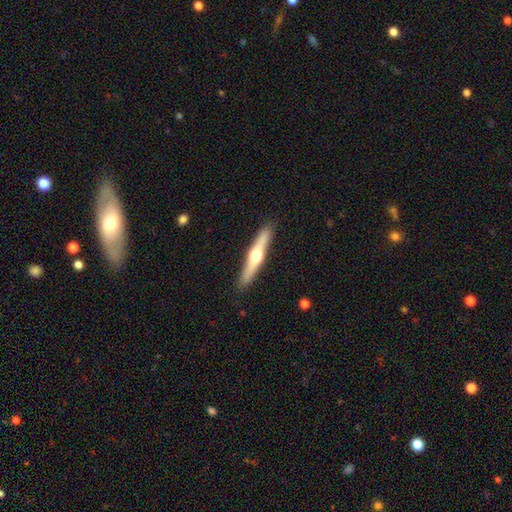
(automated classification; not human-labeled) Smooth or featured: featured or disk — 61% (smooth — 34%)
Edge-on disk: yes — 96% (no — 4%)
Edge-on bulge: rounded — 92% (none — 5%)
Merging: none — 90% (minor disturbance — 7%)